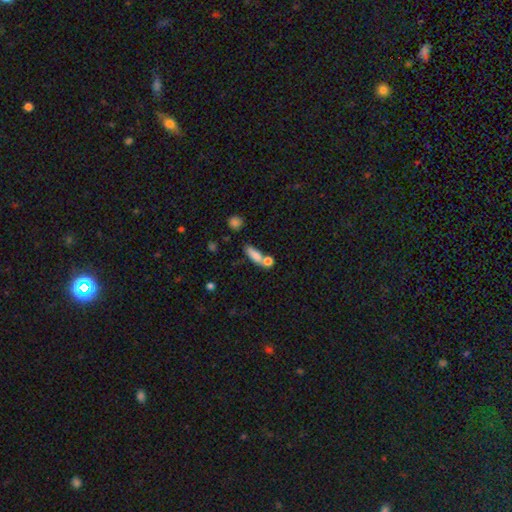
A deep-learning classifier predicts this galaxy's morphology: Q: Smooth or featured?
A: smooth (77%); runner-up: featured or disk (13%)
Q: How rounded?
A: in between (55%); runner-up: cigar-shaped (37%)
Q: Merging?
A: none (43%); runner-up: merger (38%)